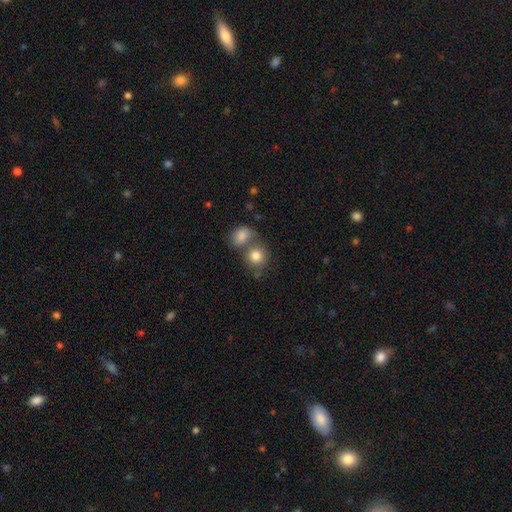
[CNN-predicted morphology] Smooth or featured: smooth — 83% (featured or disk — 9%)
How rounded: round — 78% (in between — 21%)
Merging: none — 44% (merger — 42%)